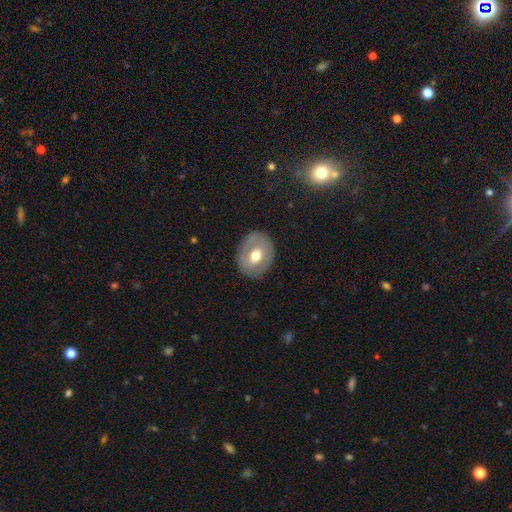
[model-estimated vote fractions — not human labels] Smooth or featured? smooth (52%)
How rounded? in between (52%)
Merging? none (83%)